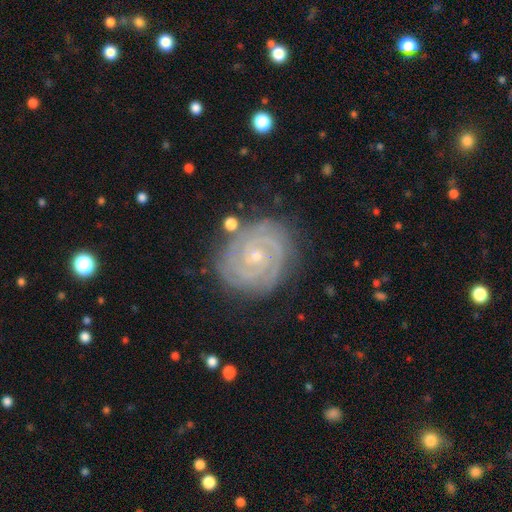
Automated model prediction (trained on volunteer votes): The model was most divided on "spiral arm count": 2: 61%, 3: 17%, can't tell: 7%, 4: 6%, more than 4: 4%, 1: 4%. More confident: spiral arms — yes (99%); edge-on disk — no (98%); smooth or featured — featured or disk (91%); spiral winding — tight (86%); merging — none (84%); bulge size — small (76%); bar — no (69%).